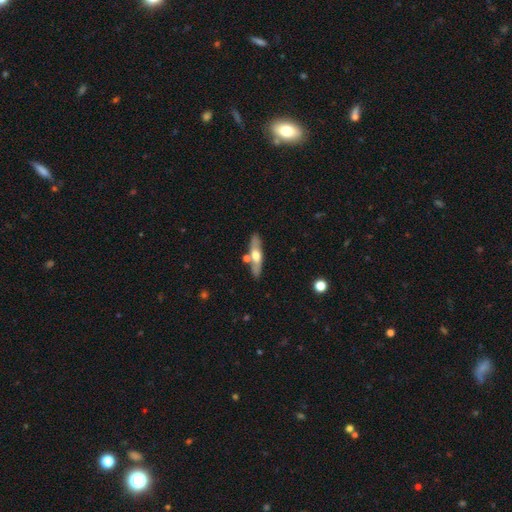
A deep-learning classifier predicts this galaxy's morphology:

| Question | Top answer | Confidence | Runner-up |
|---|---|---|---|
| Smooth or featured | featured or disk | 49% | smooth (46%) |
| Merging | none | 74% | minor disturbance (12%) |